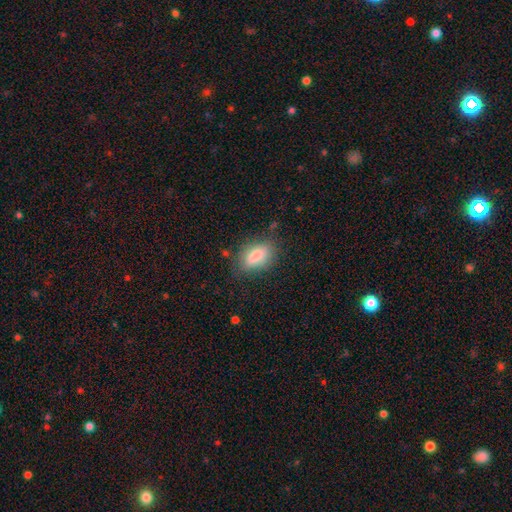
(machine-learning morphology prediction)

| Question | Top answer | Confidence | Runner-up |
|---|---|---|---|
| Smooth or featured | smooth | 80% | featured or disk (12%) |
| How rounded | in between | 83% | cigar-shaped (11%) |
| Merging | none | 75% | minor disturbance (18%) |